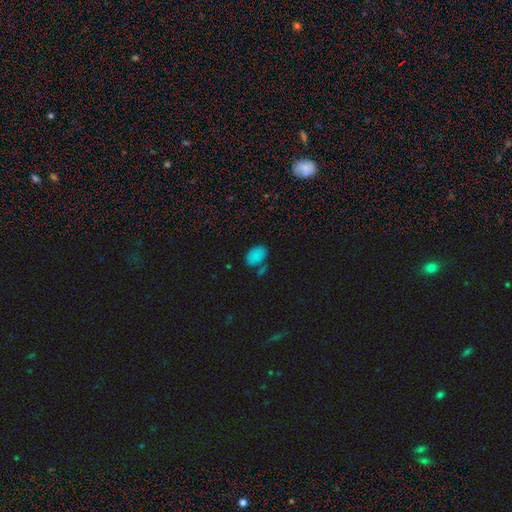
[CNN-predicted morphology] smooth_or_featured: smooth (p=0.81) [alt: star or artifact p=0.14]
how_rounded: in between (p=0.90) [alt: round p=0.08]
merging: none (p=0.69) [alt: minor disturbance p=0.14]